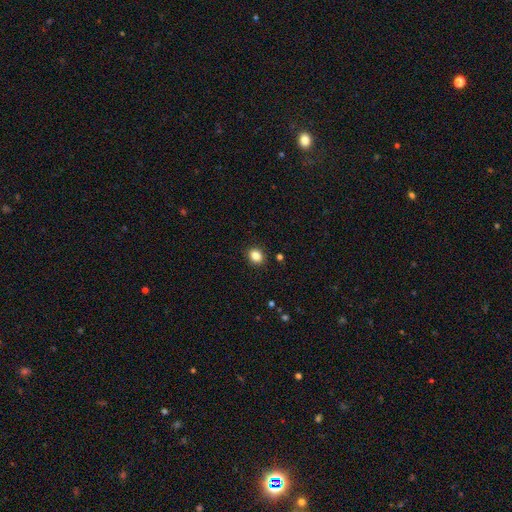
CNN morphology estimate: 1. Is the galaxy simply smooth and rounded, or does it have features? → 85% smooth, 10% star or artifact, 4% featured or disk.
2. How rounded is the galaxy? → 58% round, 41% in between, 1% cigar-shaped.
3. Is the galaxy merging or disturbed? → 90% none, 7% minor disturbance, 2% major disturbance, 1% merger.